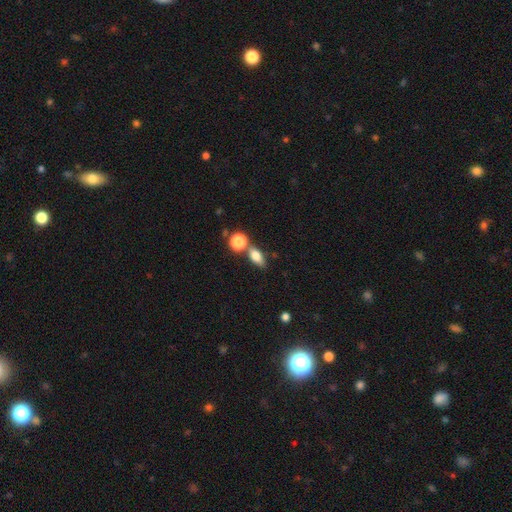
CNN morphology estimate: type=smooth (76%); roundness=in between (74%); merging=none (59%).